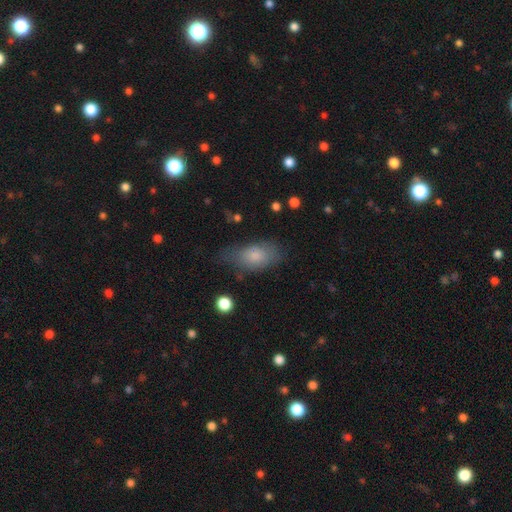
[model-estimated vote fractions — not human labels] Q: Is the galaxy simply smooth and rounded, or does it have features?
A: smooth — 75%.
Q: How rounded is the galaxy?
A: in between — 88%.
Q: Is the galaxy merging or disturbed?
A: none — 61%.